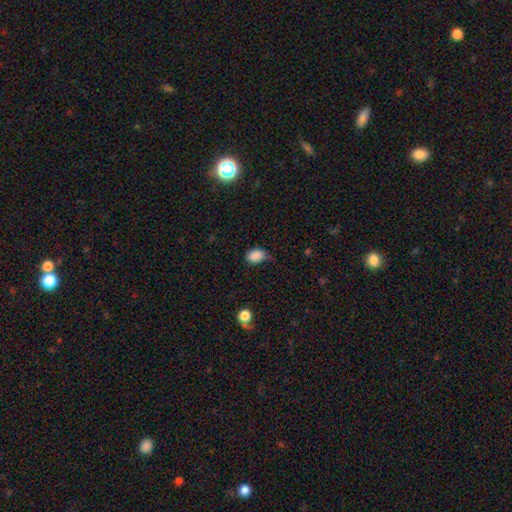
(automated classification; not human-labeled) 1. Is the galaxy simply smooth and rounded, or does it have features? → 86% smooth, 10% star or artifact, 5% featured or disk.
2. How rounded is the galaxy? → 80% in between, 19% round, 1% cigar-shaped.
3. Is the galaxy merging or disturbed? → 48% none, 38% minor disturbance, 10% major disturbance, 3% merger.